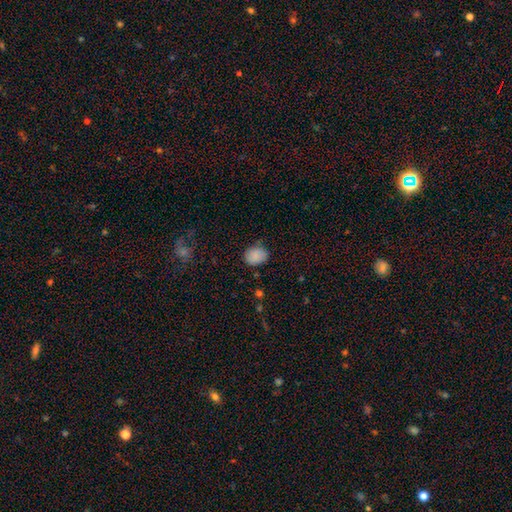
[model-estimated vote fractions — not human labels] Smooth or featured: smooth — 86% (star or artifact — 8%)
How rounded: in between — 52% (round — 47%)
Merging: none — 77% (minor disturbance — 18%)